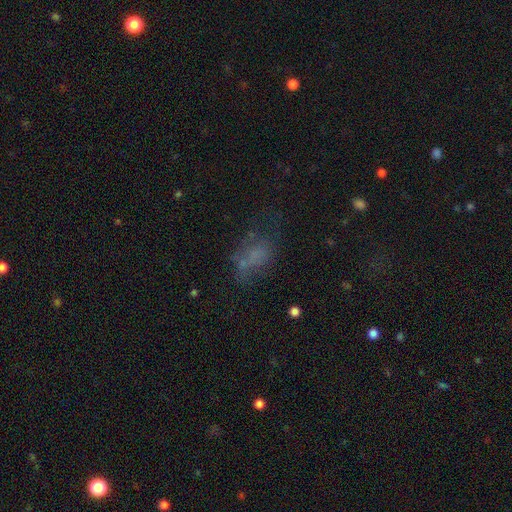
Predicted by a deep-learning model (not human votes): A smooth galaxy with no disk features (51%) that is in between round and cigar-shaped (81%). Merging: none (40%).